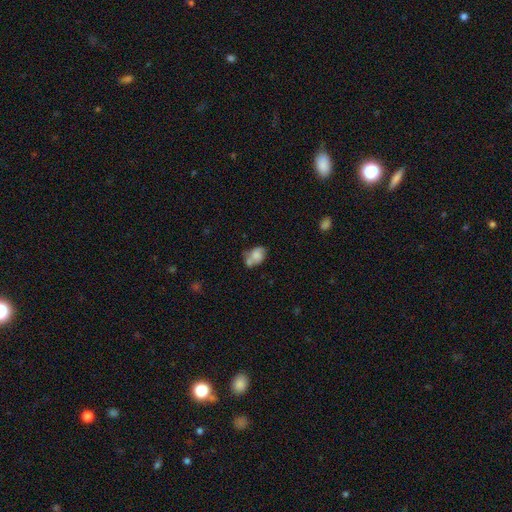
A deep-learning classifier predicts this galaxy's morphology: Smooth or featured: smooth — 68% (featured or disk — 22%)
How rounded: in between — 67% (round — 31%)
Merging: merger — 36% (none — 32%)